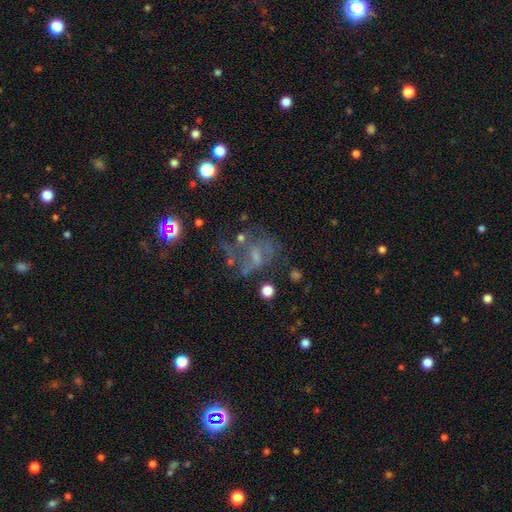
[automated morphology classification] Smooth or featured? Predicted: featured or disk (p=0.54). Edge-on disk? Predicted: no (p=0.97). Bar? Predicted: no (p=0.55). Spiral arms? Predicted: no (p=0.56). Bulge size? Predicted: small (p=0.41). Merging? Predicted: none (p=0.40).